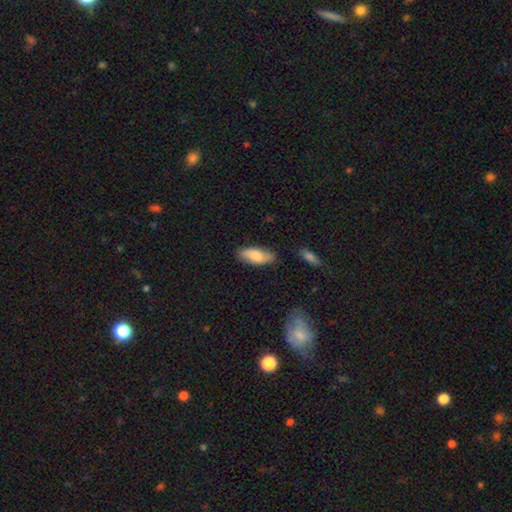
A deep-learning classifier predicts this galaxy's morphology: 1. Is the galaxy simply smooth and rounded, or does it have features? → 75% smooth, 18% featured or disk, 6% star or artifact.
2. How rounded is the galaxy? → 81% in between, 17% cigar-shaped, 3% round.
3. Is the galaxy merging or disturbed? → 80% none, 14% minor disturbance, 3% major disturbance, 3% merger.